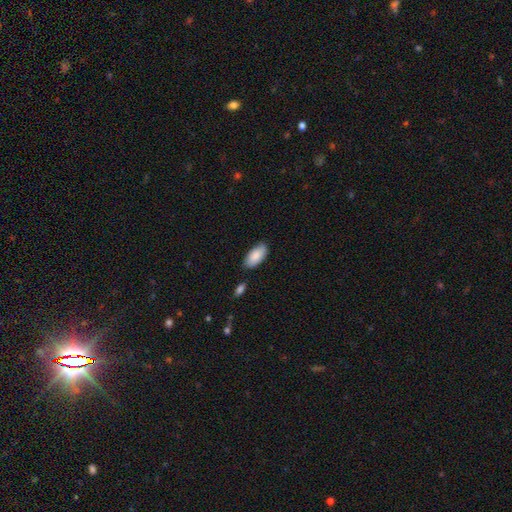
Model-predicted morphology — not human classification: smooth_or_featured: smooth (p=0.87) [alt: featured or disk p=0.07]
how_rounded: in between (p=0.93) [alt: cigar-shaped p=0.05]
merging: none (p=0.80) [alt: minor disturbance p=0.14]